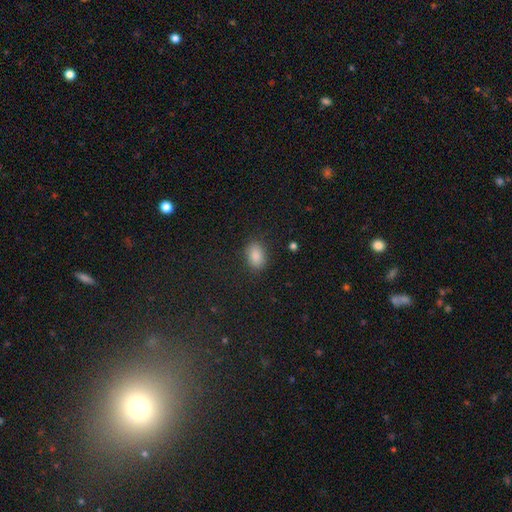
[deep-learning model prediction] Smooth or featured? smooth (87%)
How rounded? in between (87%)
Merging? none (86%)